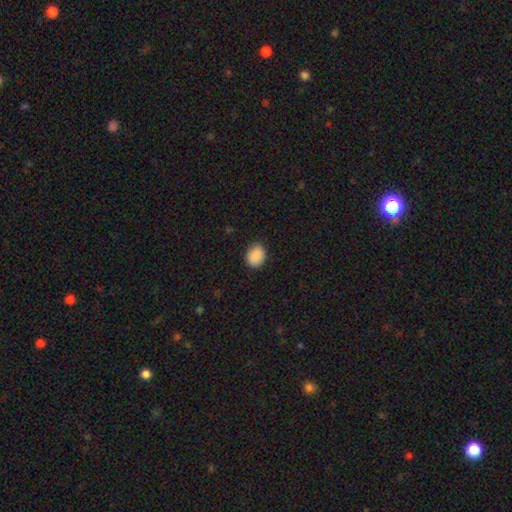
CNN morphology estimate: Smooth or featured: smooth — 89% (star or artifact — 8%)
How rounded: in between — 54% (round — 45%)
Merging: none — 85% (minor disturbance — 11%)